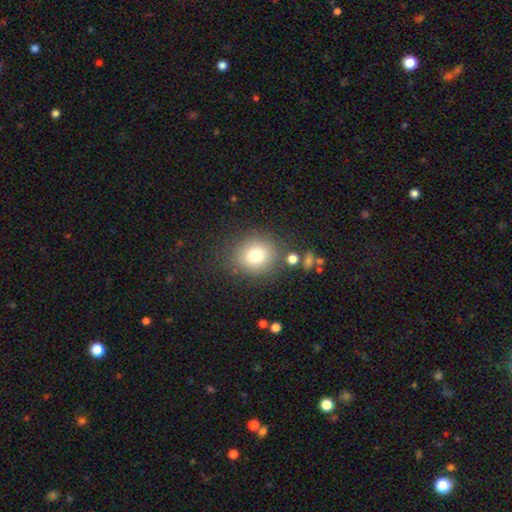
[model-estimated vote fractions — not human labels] Morphology: type=smooth (78%); roundness=round (75%); merging=none (79%).